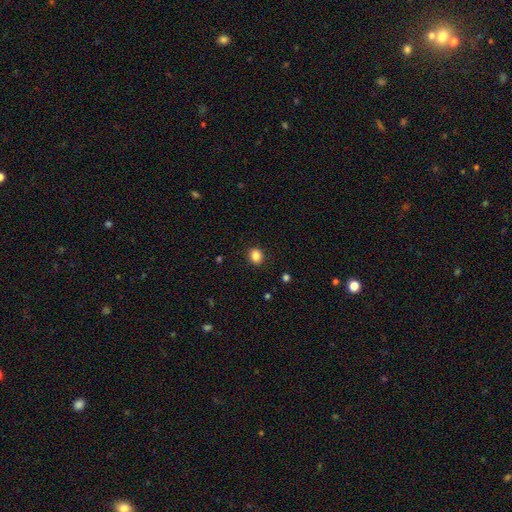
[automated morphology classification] Q: Smooth or featured?
A: smooth (86%); runner-up: star or artifact (10%)
Q: How rounded?
A: round (59%); runner-up: in between (40%)
Q: Merging?
A: none (89%); runner-up: minor disturbance (7%)